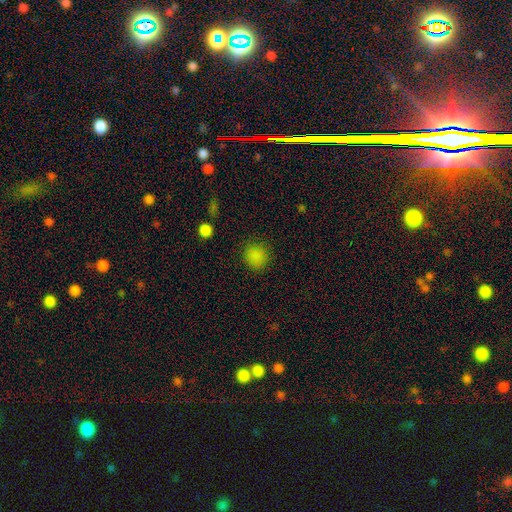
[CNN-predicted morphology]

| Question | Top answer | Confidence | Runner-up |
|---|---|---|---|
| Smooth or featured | smooth | 83% | star or artifact (14%) |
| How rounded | round | 88% | in between (11%) |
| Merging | none | 88% | minor disturbance (8%) |